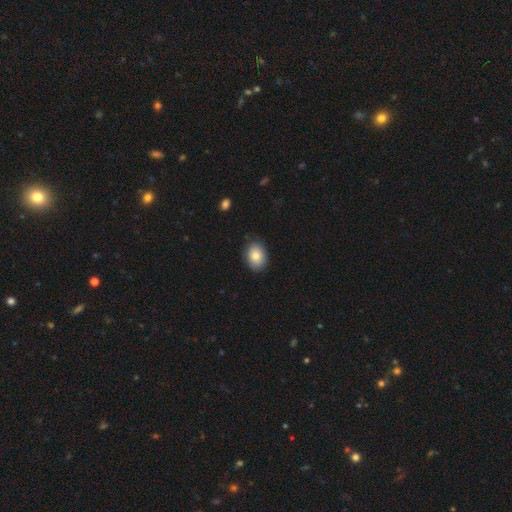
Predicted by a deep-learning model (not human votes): Overall: smooth (84%). How rounded: in between (72%). Merging: none (83%).